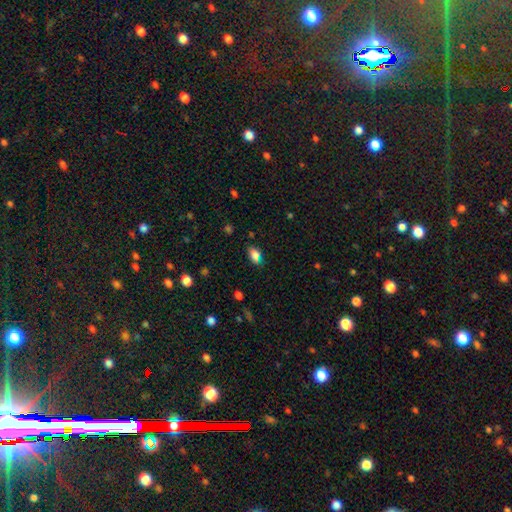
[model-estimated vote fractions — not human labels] smooth-or-featured: smooth: 80% | star or artifact: 14% | featured or disk: 7%
  how-rounded: in between: 88% | round: 7% | cigar-shaped: 5%
  merging: none: 75% | minor disturbance: 17% | major disturbance: 4% | merger: 4%